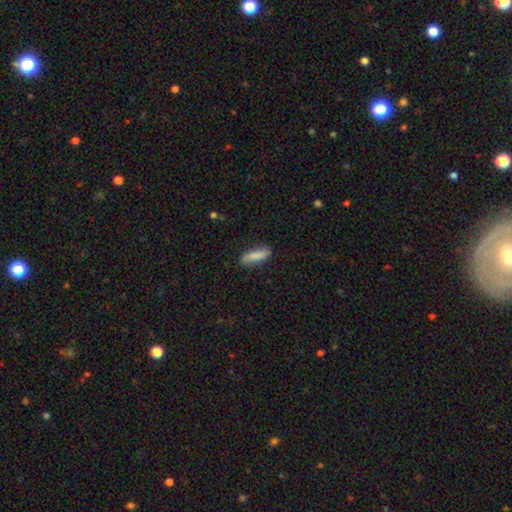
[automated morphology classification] smooth_or_featured: smooth (p=0.83) [alt: featured or disk p=0.11]
how_rounded: cigar-shaped (p=0.55) [alt: in between p=0.43]
merging: none (p=0.80) [alt: minor disturbance p=0.16]